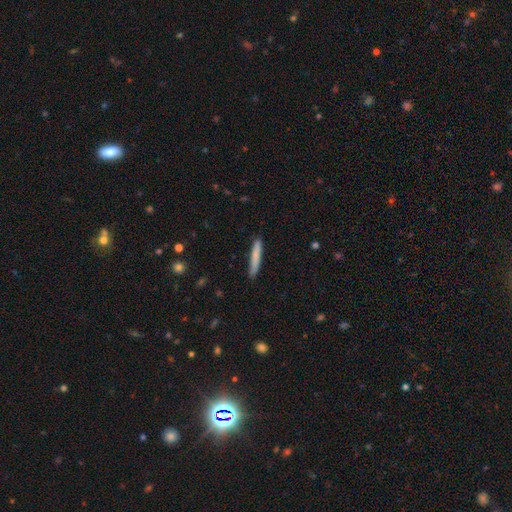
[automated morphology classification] Smooth or featured?
  - smooth: 79% *
  - featured or disk: 16%
  - star or artifact: 6%
How rounded?
  - cigar-shaped: 95% *
  - in between: 3%
  - round: 1%
Merging?
  - none: 88% *
  - minor disturbance: 10%
  - major disturbance: 2%
  - merger: 1%